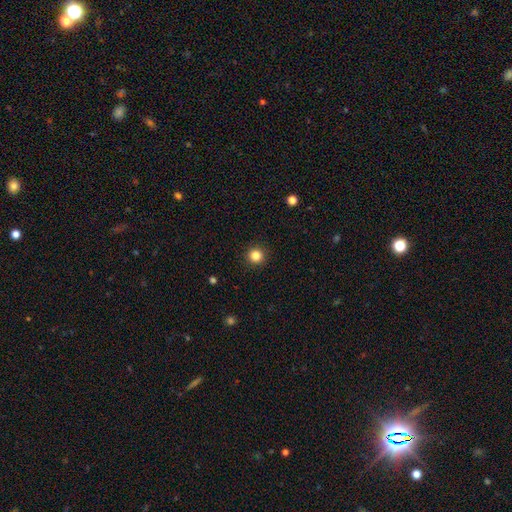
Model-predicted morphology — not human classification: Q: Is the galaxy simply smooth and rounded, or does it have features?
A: smooth — 84%.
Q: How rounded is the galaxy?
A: round — 95%.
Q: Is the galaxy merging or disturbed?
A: none — 93%.